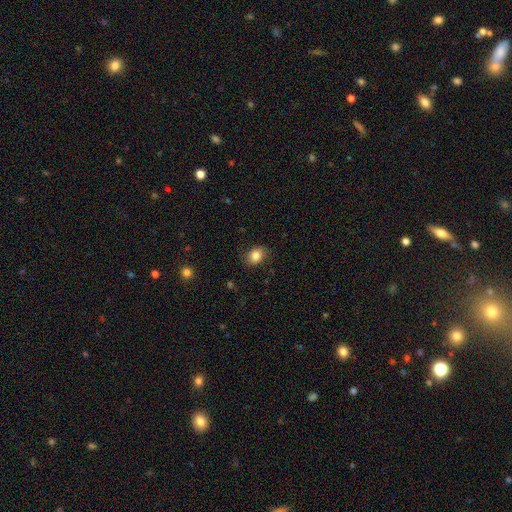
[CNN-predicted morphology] A smooth galaxy with no disk features (84%) that is in between round and cigar-shaped (58%).

Vote fractions:
- Smooth or featured? smooth: 84% / star or artifact: 9% / featured or disk: 7%
- How rounded? in between: 58% / round: 41% / cigar-shaped: 1%
- Merging? none: 80% / minor disturbance: 15% / major disturbance: 4% / merger: 1%